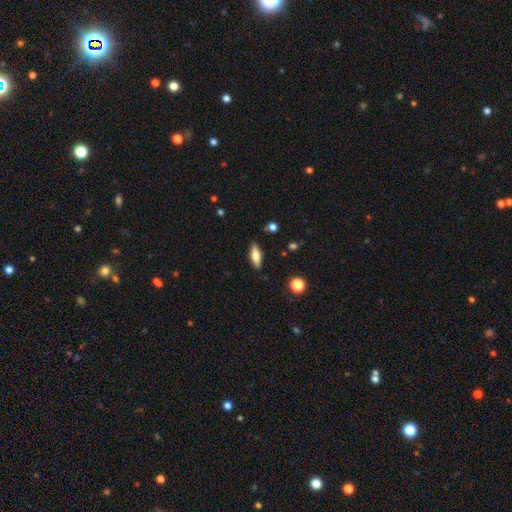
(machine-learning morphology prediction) This is likely a smooth galaxy (70%). How rounded: possibly in between (59%). Merging: clearly none (87%).